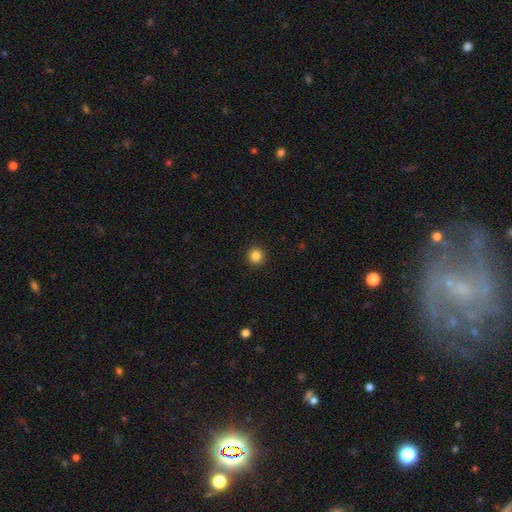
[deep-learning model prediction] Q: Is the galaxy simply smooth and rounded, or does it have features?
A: smooth — 85%.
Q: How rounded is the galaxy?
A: round — 94%.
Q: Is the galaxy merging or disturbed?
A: none — 93%.